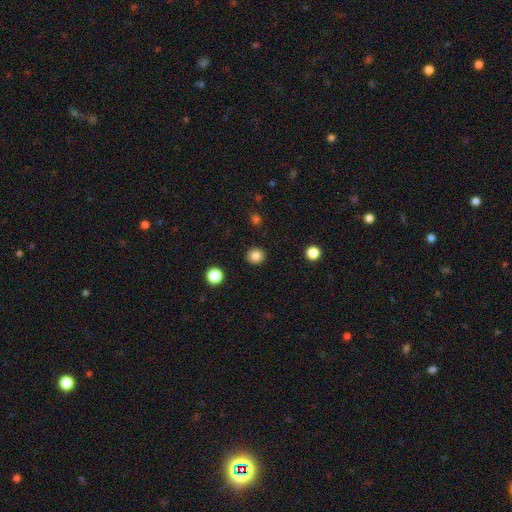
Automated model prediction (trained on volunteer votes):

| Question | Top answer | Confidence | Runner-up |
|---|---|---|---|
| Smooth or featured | smooth | 84% | star or artifact (11%) |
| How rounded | round | 89% | in between (10%) |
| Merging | none | 92% | minor disturbance (5%) |